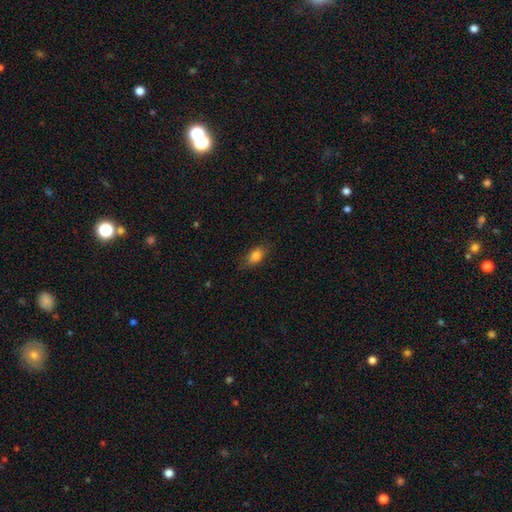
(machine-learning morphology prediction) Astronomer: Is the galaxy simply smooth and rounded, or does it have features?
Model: smooth — 81%.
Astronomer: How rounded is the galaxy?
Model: in between — 84%.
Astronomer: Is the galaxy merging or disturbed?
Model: none — 78%.